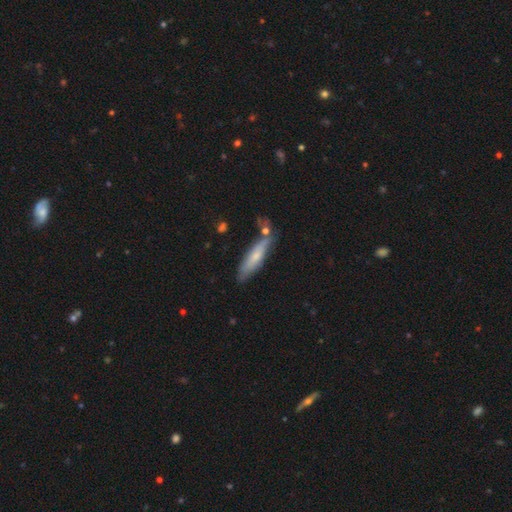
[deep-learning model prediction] smooth_or_featured: smooth (p=0.62) [alt: featured or disk p=0.32]
how_rounded: cigar-shaped (p=0.78) [alt: in between p=0.20]
merging: none (p=0.70) [alt: minor disturbance p=0.18]